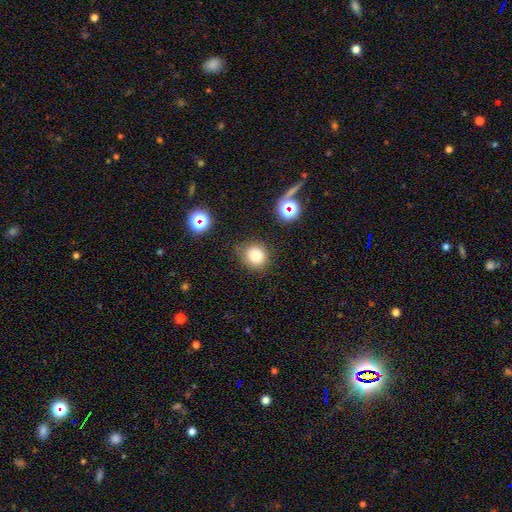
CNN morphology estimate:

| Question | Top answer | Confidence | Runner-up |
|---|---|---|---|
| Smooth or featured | smooth | 79% | star or artifact (14%) |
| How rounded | round | 82% | in between (17%) |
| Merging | none | 77% | minor disturbance (16%) |